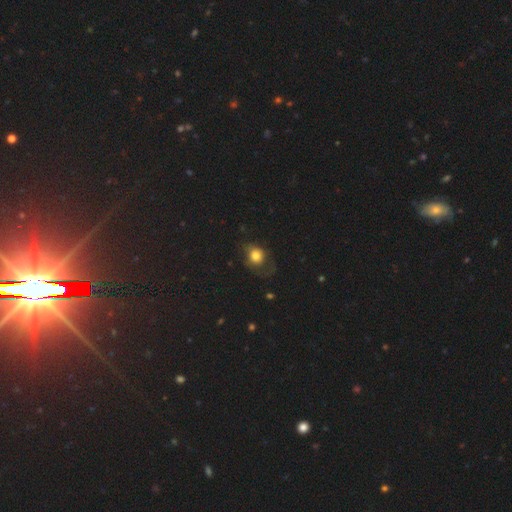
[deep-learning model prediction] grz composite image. It shows a smooth galaxy with no disk features (74%) that is round (73%). Merging: none (48%).